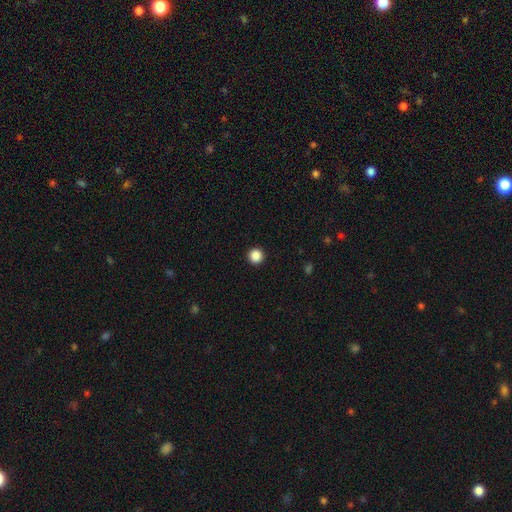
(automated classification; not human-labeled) smooth 88%, star or artifact 10%, featured or disk 2%. Down the decision tree: how rounded — round (96%); merging — none (94%).